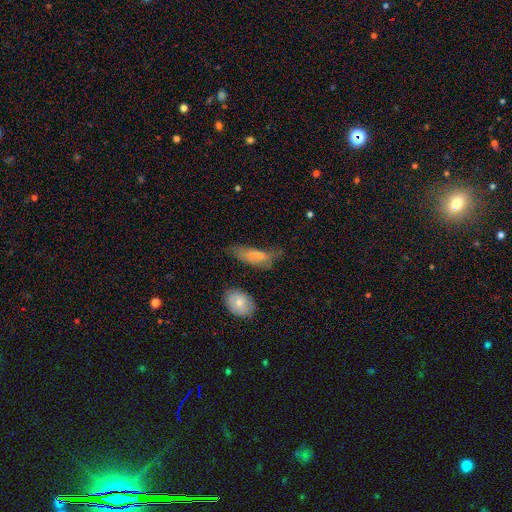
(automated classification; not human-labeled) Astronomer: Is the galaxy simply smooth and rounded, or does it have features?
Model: smooth — 65%.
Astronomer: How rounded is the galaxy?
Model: in between — 60% (runner-up: cigar-shaped, 36%).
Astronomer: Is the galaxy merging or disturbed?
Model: none — 42% (runner-up: minor disturbance, 31%).